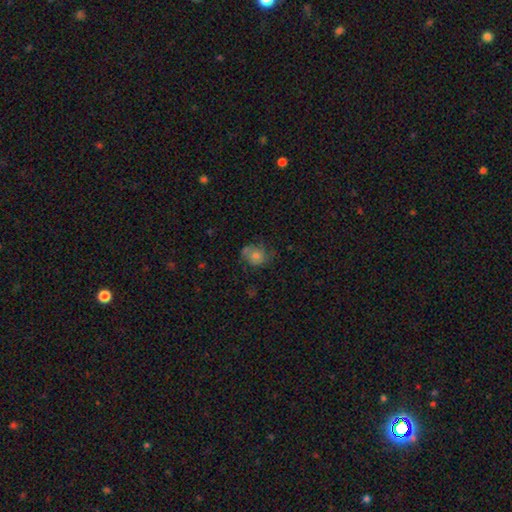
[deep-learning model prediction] This is possibly a smooth galaxy (50%). Merging: likely none (62%).